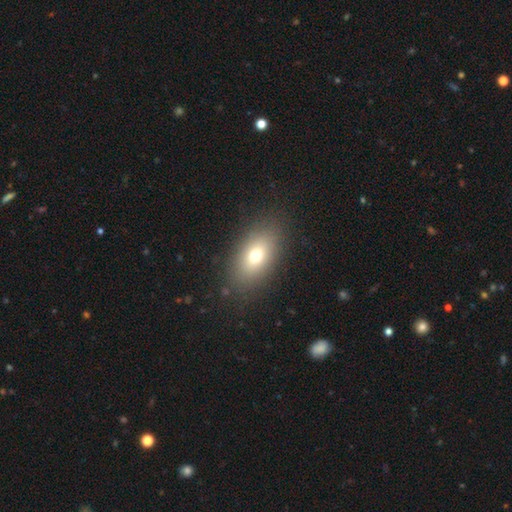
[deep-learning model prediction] smooth_or_featured: smooth (p=0.71) [alt: featured or disk p=0.17]
how_rounded: in between (p=0.86) [alt: round p=0.10]
merging: none (p=0.85) [alt: minor disturbance p=0.10]